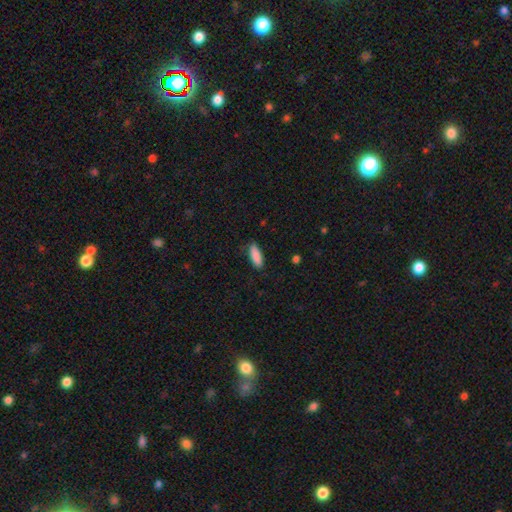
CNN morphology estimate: A smooth galaxy with no disk features (89%) that is in between round and cigar-shaped (65%). Merging: none (84%).